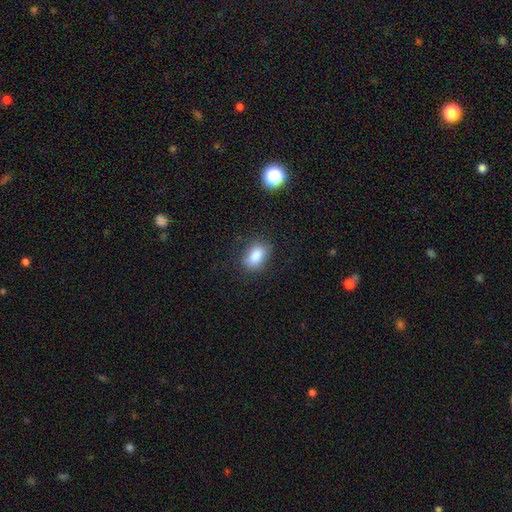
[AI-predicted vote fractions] Q: Smooth or featured?
A: smooth (86%); runner-up: star or artifact (8%)
Q: How rounded?
A: in between (85%); runner-up: round (13%)
Q: Merging?
A: none (80%); runner-up: minor disturbance (14%)